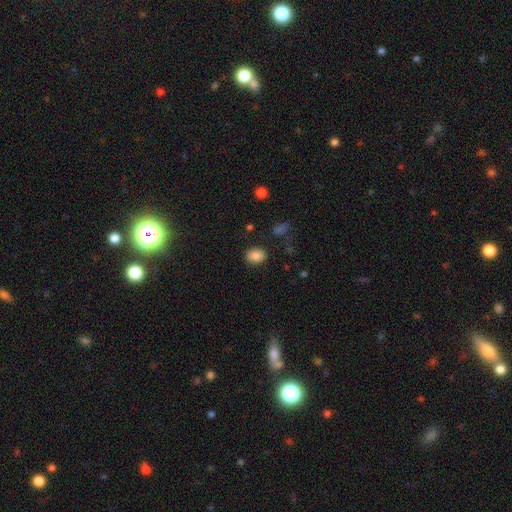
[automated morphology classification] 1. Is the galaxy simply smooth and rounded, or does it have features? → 84% smooth, 9% star or artifact, 7% featured or disk.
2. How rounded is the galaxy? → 61% in between, 38% round, 1% cigar-shaped.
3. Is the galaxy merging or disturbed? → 87% none, 9% minor disturbance, 3% major disturbance, 2% merger.